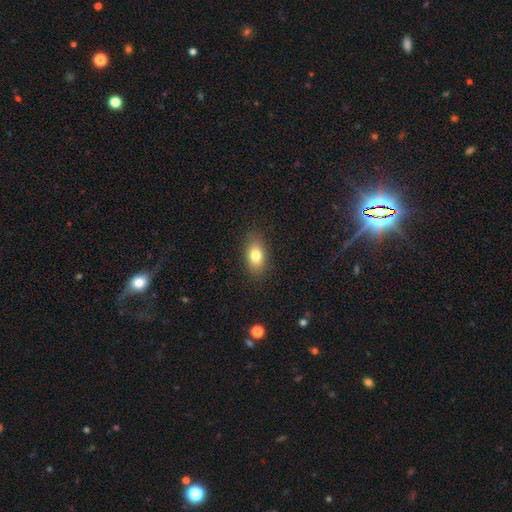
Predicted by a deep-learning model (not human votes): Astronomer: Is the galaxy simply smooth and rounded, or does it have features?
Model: smooth — 80%.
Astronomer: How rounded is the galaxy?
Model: in between — 86%.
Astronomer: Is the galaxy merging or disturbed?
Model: none — 85%.